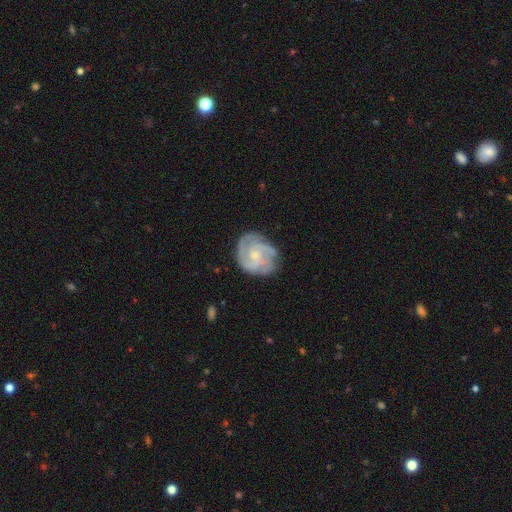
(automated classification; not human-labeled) featured or disk 82%, smooth 13%, star or artifact 5%. Down the decision tree: edge-on disk — no (98%); bar — no (69%); spiral arms — yes (95%); spiral arm count — 3 (43%); spiral winding — tight (55%); bulge size — small (63%); merging — none (72%).